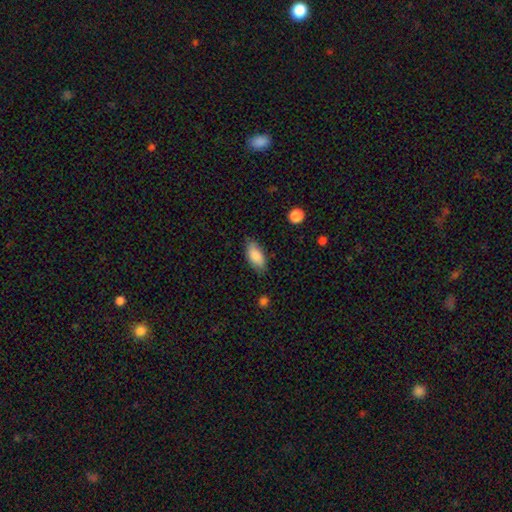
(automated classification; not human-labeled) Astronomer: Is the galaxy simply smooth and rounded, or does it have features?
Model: smooth — 86%.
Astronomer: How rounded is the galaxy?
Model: in between — 89%.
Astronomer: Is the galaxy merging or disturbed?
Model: none — 81%.